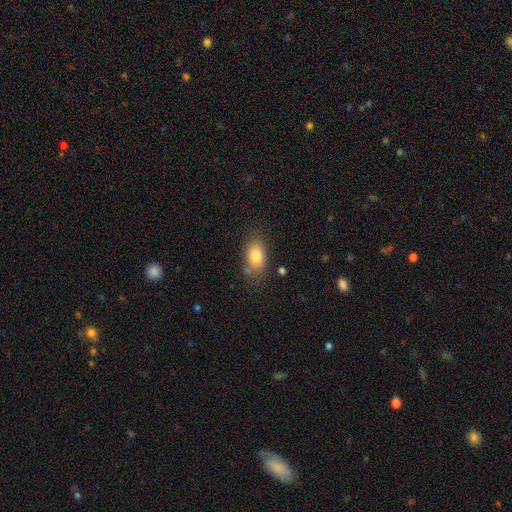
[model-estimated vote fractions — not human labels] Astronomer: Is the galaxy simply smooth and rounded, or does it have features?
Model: smooth — 81%.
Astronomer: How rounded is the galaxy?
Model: in between — 86%.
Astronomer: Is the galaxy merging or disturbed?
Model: none — 72%.